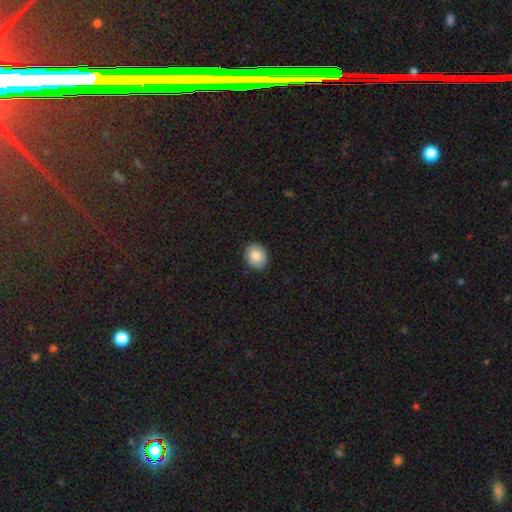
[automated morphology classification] The model was most divided on "how rounded": round: 53%, in between: 46%, cigar-shaped: 1%. More confident: merging — none (89%); smooth or featured — smooth (86%).